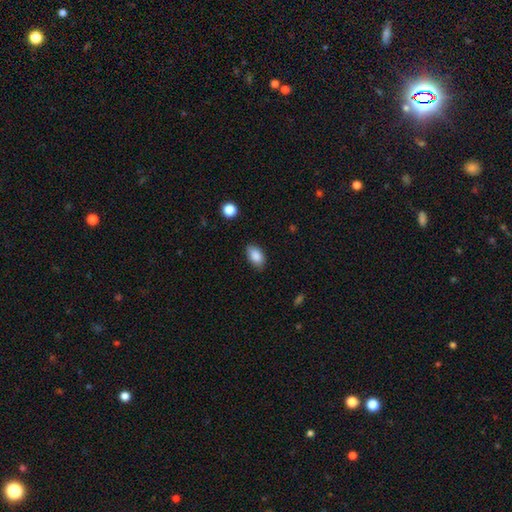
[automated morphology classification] This is clearly a smooth galaxy (87%). How rounded: clearly in between (91%). Merging: likely none (78%).